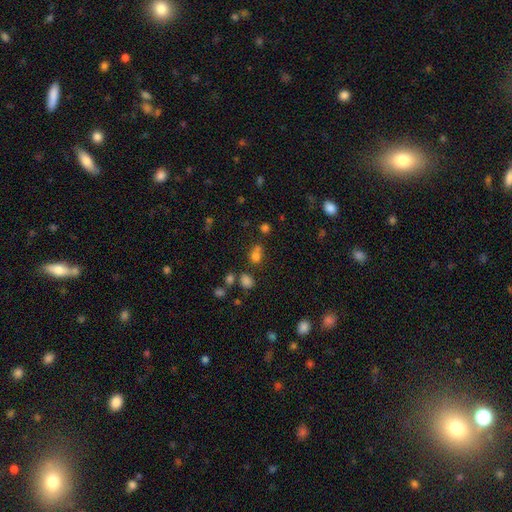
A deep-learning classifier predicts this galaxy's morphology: This is likely a smooth galaxy (70%). How rounded: likely round (60%). Merging: possibly none (45%).